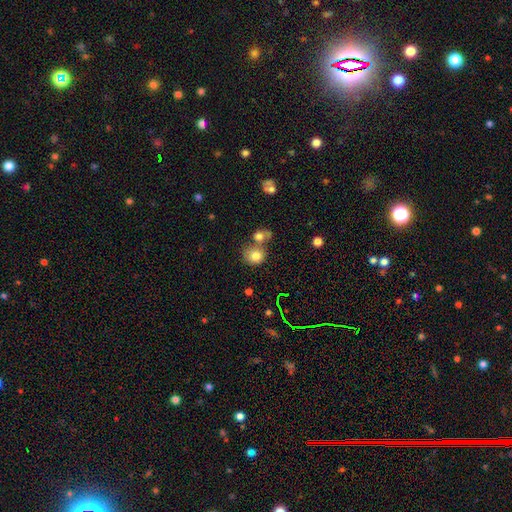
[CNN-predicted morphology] smooth 78%, star or artifact 12%, featured or disk 10%. Down the decision tree: how rounded — round (80%); merging — none (47%).